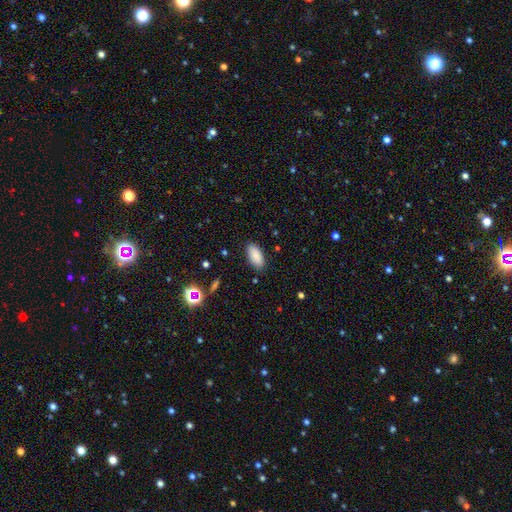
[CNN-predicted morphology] This is clearly a smooth galaxy (87%). How rounded: clearly in between (92%). Merging: clearly none (87%).